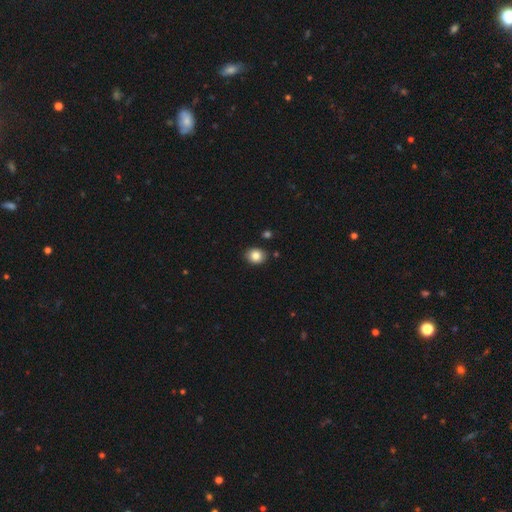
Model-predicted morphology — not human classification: smooth-or-featured: smooth: 84% | star or artifact: 10% | featured or disk: 7%
  how-rounded: round: 64% | in between: 36% | cigar-shaped: 1%
  merging: none: 87% | minor disturbance: 9% | merger: 3% | major disturbance: 2%